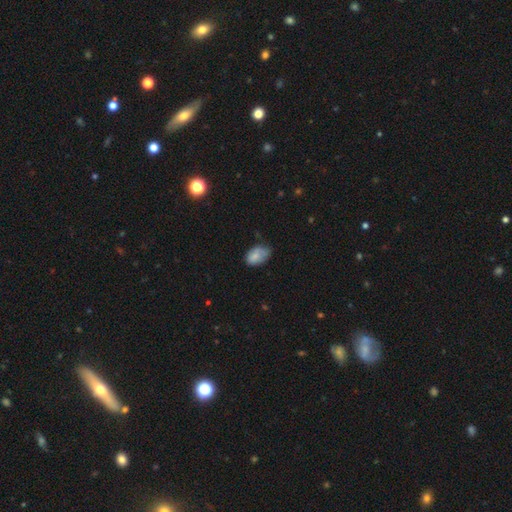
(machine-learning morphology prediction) smooth 79%, featured or disk 13%, star or artifact 8%. Down the decision tree: how rounded — in between (88%); merging — none (48%).